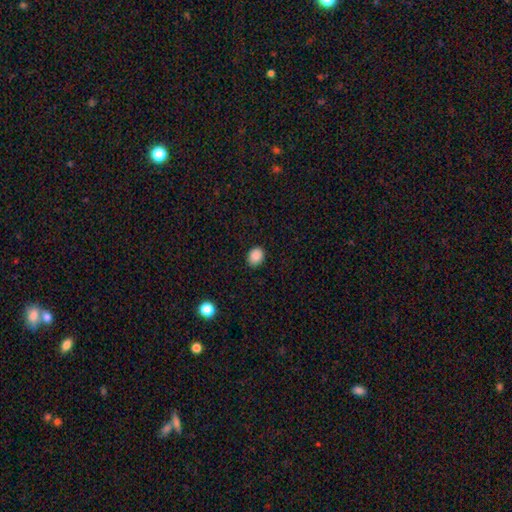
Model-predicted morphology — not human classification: smooth 88%, star or artifact 9%, featured or disk 3%. Down the decision tree: how rounded — in between (50%); merging — none (87%).